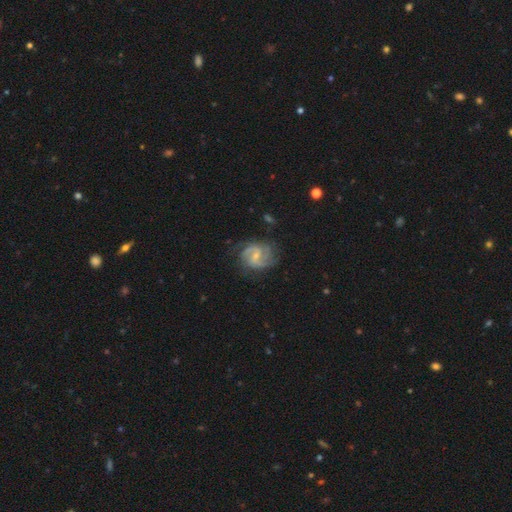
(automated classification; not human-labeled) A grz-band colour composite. It shows a featured or disk galaxy (85%) with a weak bar (57%), 2 (65%) medium (51%) spiral arms (96%) and a small central bulge (65%). Merging: none (69%).